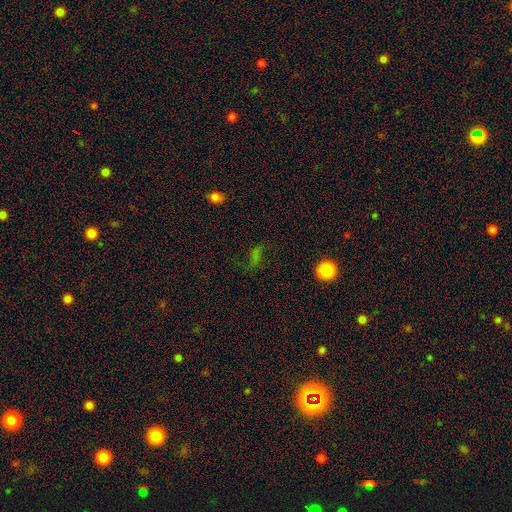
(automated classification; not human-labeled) smooth-or-featured: star or artifact: 43% | smooth: 41% | featured or disk: 16%